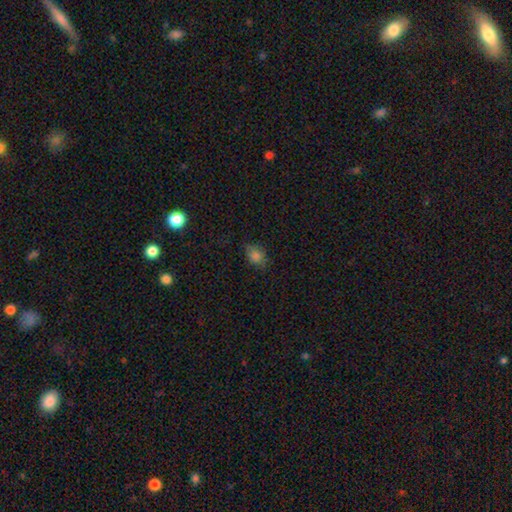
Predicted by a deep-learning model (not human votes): smooth_or_featured: smooth (p=0.80) [alt: star or artifact p=0.13]
how_rounded: in between (p=0.70) [alt: round p=0.29]
merging: none (p=0.73) [alt: minor disturbance p=0.21]